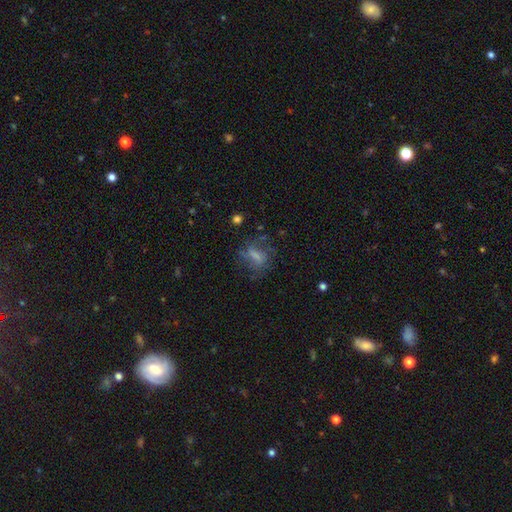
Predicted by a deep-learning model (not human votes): Smooth or featured? smooth (43%, tied with featured or disk)
Merging? none (48%)